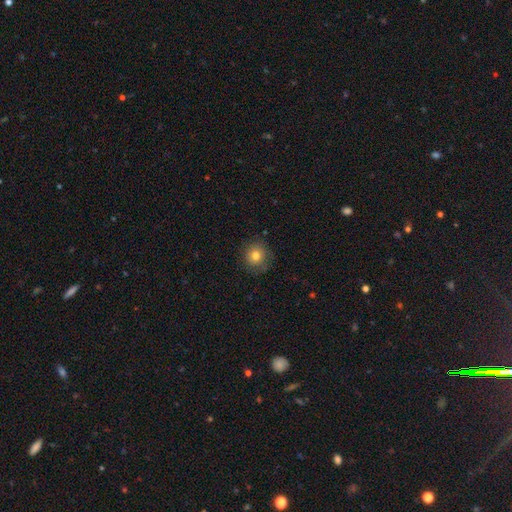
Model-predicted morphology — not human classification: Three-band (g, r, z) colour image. It shows a smooth galaxy with no disk features (77%) that is round (91%). Merging: none (83%).